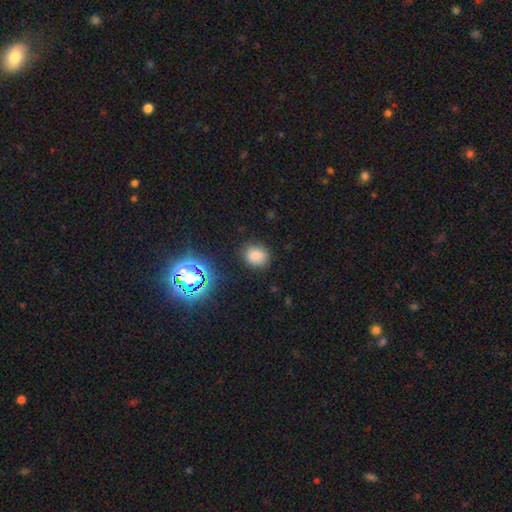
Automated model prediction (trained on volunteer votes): smooth-or-featured: smooth: 77% | star or artifact: 17% | featured or disk: 7%
  how-rounded: round: 57% | in between: 42% | cigar-shaped: 1%
  merging: none: 82% | minor disturbance: 12% | major disturbance: 4% | merger: 2%